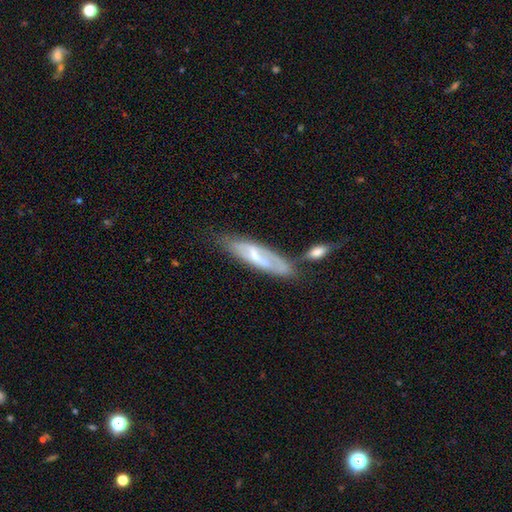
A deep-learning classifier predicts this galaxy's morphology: Smooth or featured? featured or disk (66%)
Edge-on disk? no (67%)
Merging? none (58%)